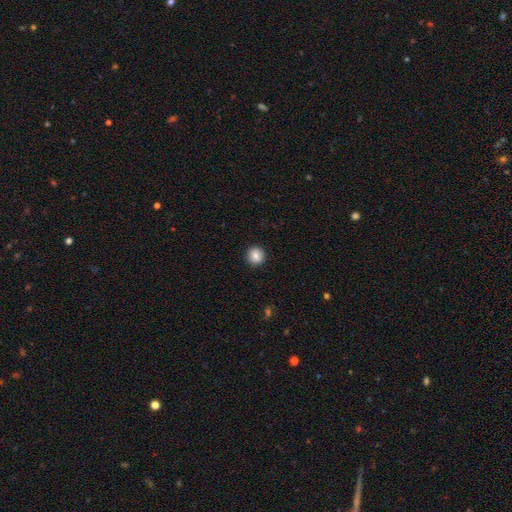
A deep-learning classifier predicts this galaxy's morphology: Smooth or featured? smooth (83%)
How rounded? round (95%)
Merging? none (92%)